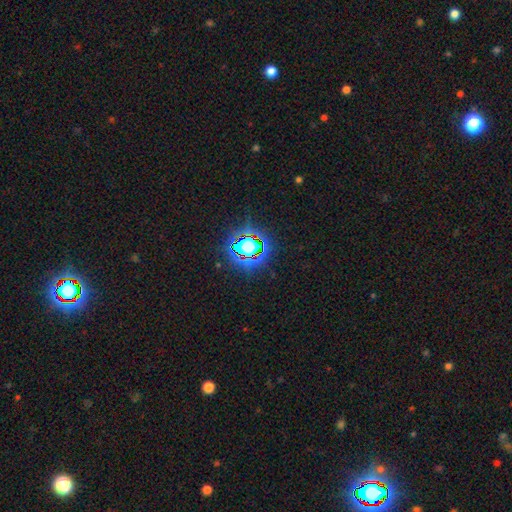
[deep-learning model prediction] smooth_or_featured: star or artifact (p=0.81) [alt: smooth p=0.12]